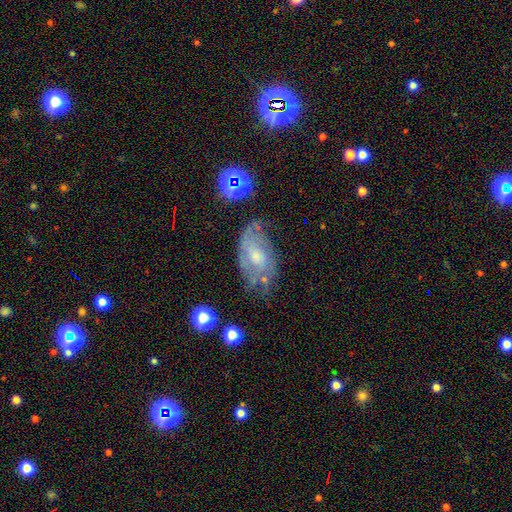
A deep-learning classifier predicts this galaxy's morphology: featured or disk 63%, smooth 26%, star or artifact 10%. Down the decision tree: edge-on disk — no (94%); bar — no (70%); spiral arms — yes (73%); bulge size — small (50%); merging — none (50%).